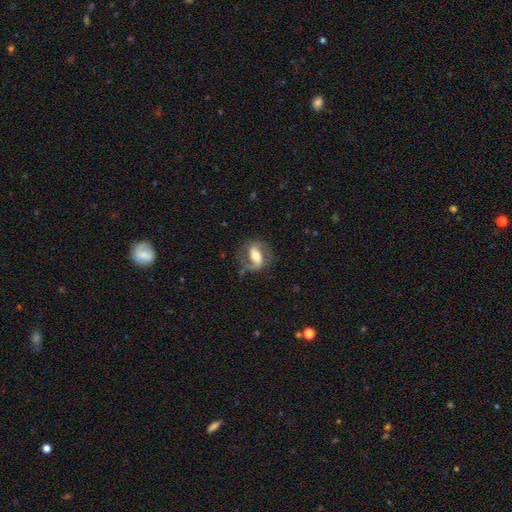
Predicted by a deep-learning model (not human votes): Q: Smooth or featured?
A: featured or disk (75%); runner-up: smooth (19%)
Q: Edge-on disk?
A: no (95%); runner-up: yes (5%)
Q: Bar?
A: strong (44%); runner-up: weak (34%)
Q: Spiral arms?
A: yes (88%); runner-up: no (12%)
Q: Spiral winding?
A: medium (49%); runner-up: loose (30%)
Q: Spiral arm count?
A: 2 (81%); runner-up: 1 (12%)
Q: Bulge size?
A: moderate (62%); runner-up: large (19%)
Q: Merging?
A: none (67%); runner-up: minor disturbance (18%)